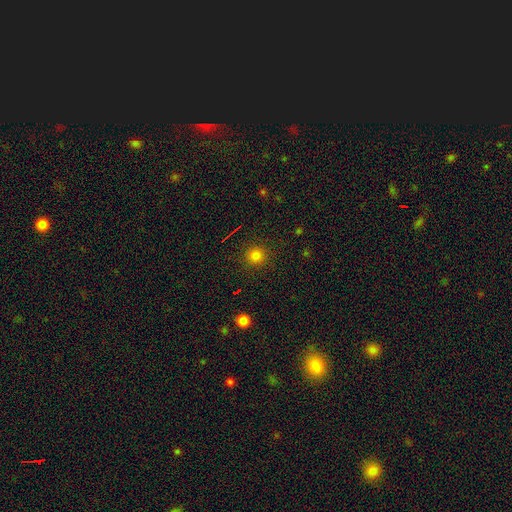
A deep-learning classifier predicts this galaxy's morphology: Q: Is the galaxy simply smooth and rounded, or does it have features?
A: smooth — 78%.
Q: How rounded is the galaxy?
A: round — 94%.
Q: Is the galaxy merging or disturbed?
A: none — 90%.